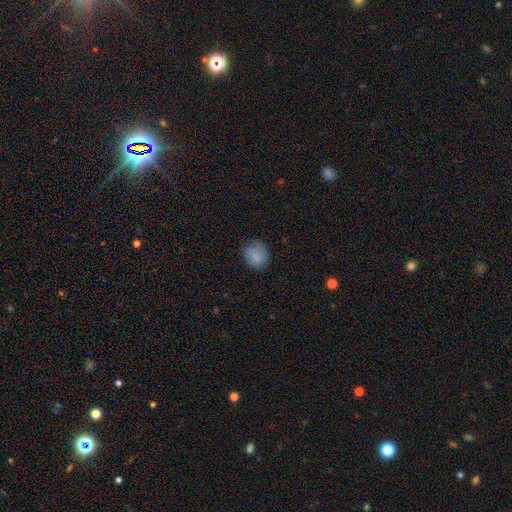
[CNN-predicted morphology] A smooth galaxy with no disk features (84%) that is round (73%).

Vote fractions:
- Smooth or featured? smooth: 84% / star or artifact: 8% / featured or disk: 8%
- How rounded? round: 73% / in between: 26% / cigar-shaped: 1%
- Merging? none: 73% / minor disturbance: 21% / major disturbance: 5% / merger: 1%